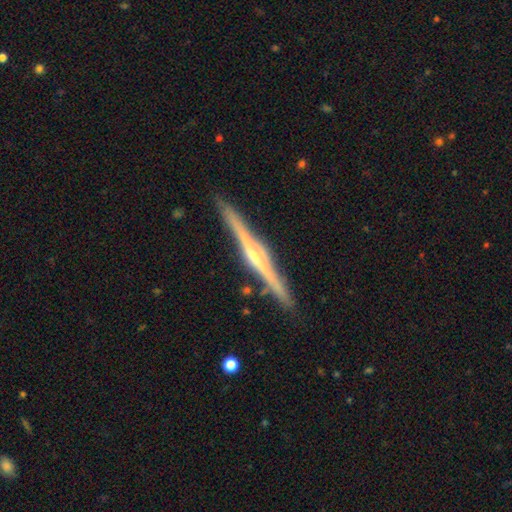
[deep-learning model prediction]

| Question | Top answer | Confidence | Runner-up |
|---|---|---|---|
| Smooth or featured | featured or disk | 85% | smooth (10%) |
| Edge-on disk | yes | 98% | no (2%) |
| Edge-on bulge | rounded | 80% | boxy (10%) |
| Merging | none | 91% | minor disturbance (7%) |